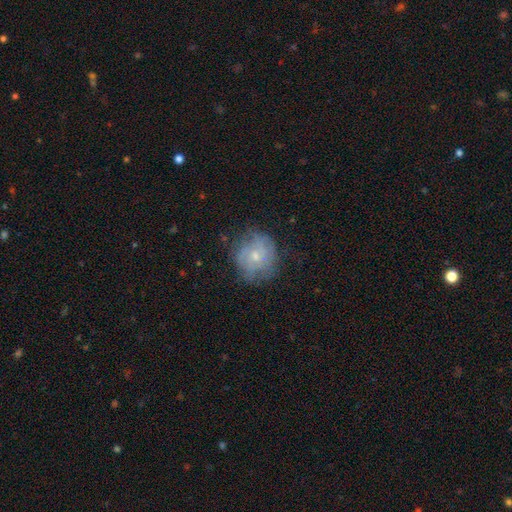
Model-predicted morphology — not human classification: A featured or disk galaxy (48%). Merging: none (68%).